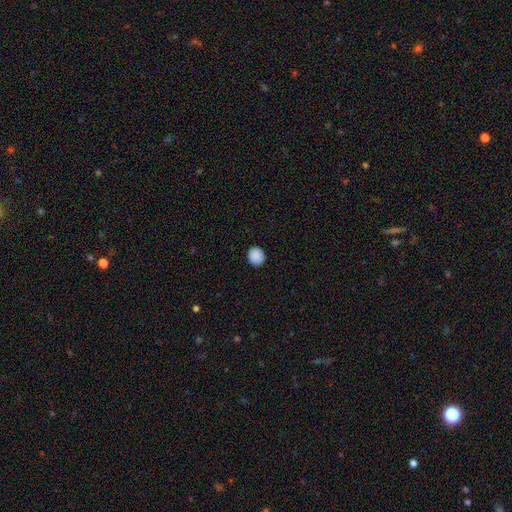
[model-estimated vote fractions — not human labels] smooth_or_featured: smooth (p=0.89) [alt: star or artifact p=0.08]
how_rounded: round (p=0.83) [alt: in between p=0.16]
merging: none (p=0.91) [alt: minor disturbance p=0.06]